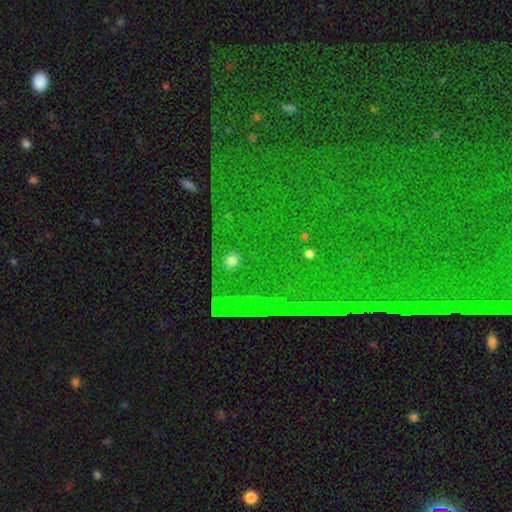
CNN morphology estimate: Smooth or featured: star or artifact — 87% (featured or disk — 7%)